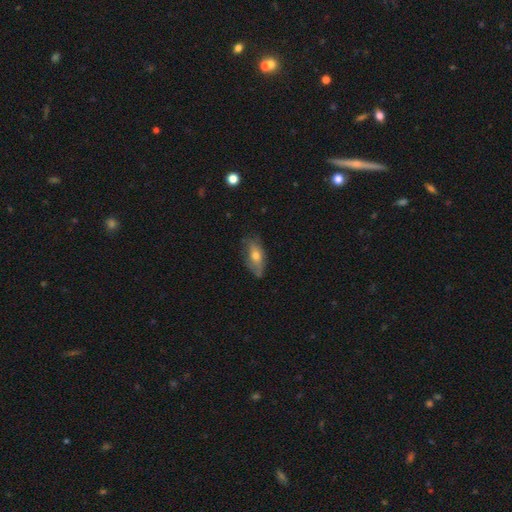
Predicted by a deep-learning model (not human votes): Smooth or featured?
  - smooth: 54% *
  - featured or disk: 38%
  - star or artifact: 7%
How rounded?
  - in between: 78% *
  - cigar-shaped: 18%
  - round: 5%
Merging?
  - none: 66% *
  - minor disturbance: 26%
  - major disturbance: 6%
  - merger: 2%